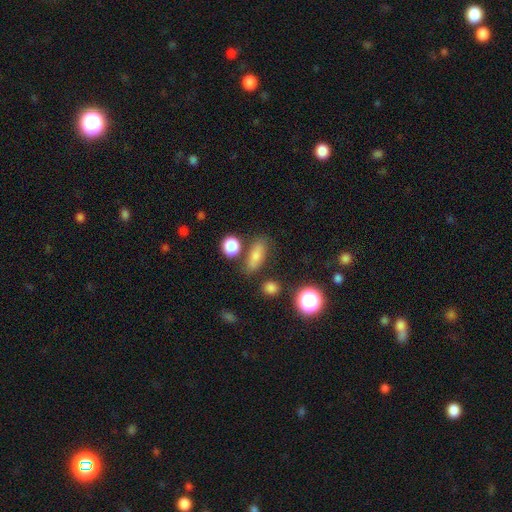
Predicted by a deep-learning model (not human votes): smooth 73%, star or artifact 14%, featured or disk 13%. Down the decision tree: how rounded — in between (60%); merging — none (76%).